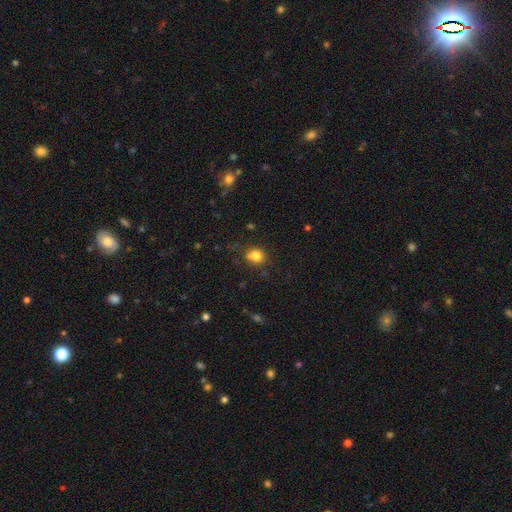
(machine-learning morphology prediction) The model was most divided on "how rounded": round: 57%, in between: 42%, cigar-shaped: 1%. More confident: smooth or featured — smooth (82%); merging — none (64%).